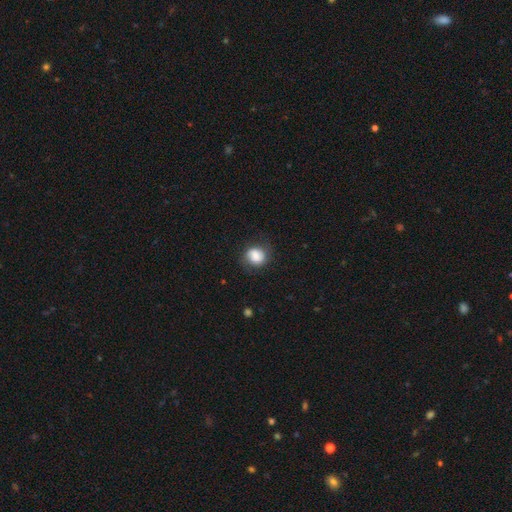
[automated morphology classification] Q: Smooth or featured?
A: smooth (77%); runner-up: featured or disk (15%)
Q: How rounded?
A: round (68%); runner-up: in between (31%)
Q: Merging?
A: none (71%); runner-up: minor disturbance (20%)